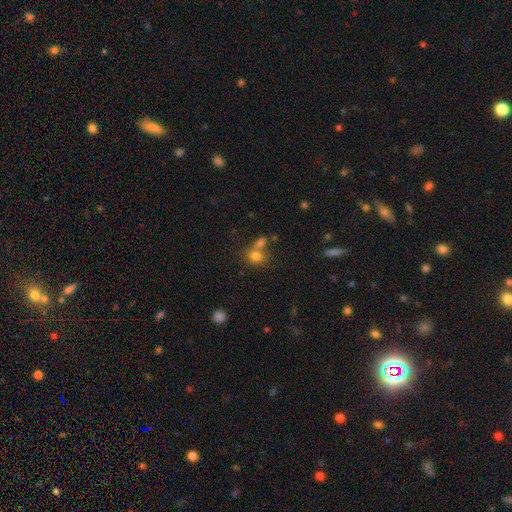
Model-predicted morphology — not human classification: Smooth or featured? Predicted: smooth (p=0.77). How rounded? Predicted: round (p=0.65). Merging? Predicted: none (p=0.46).